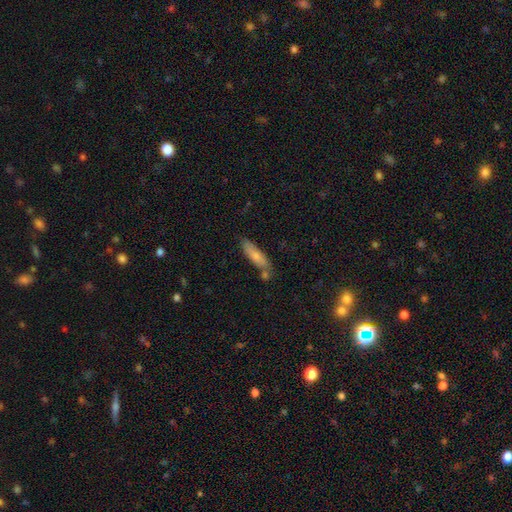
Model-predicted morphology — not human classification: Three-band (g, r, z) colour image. It shows a smooth galaxy with no disk features (75%) that is cigar-shaped (63%). Merging: none (66%).